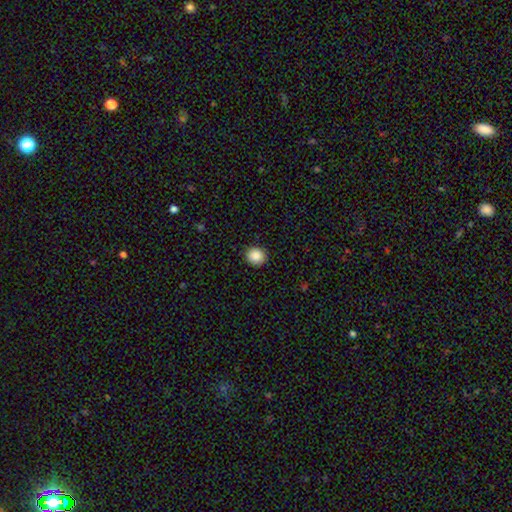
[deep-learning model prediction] A smooth galaxy with no disk features (88%) that is round (87%).

Vote fractions:
- Smooth or featured? smooth: 88% / star or artifact: 9% / featured or disk: 3%
- How rounded? round: 87% / in between: 12% / cigar-shaped: 1%
- Merging? none: 91% / minor disturbance: 6% / major disturbance: 2% / merger: 1%